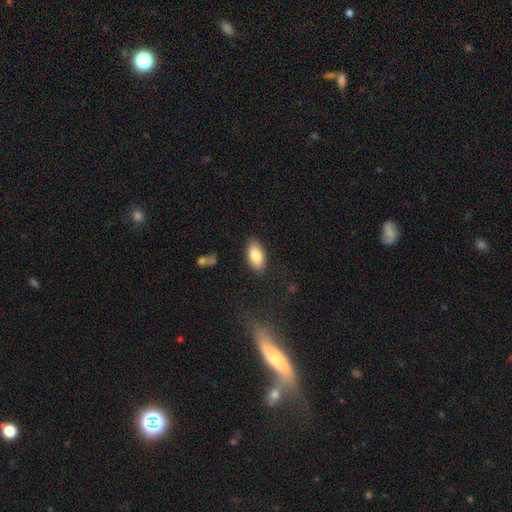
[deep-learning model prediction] Smooth or featured? smooth (84%)
How rounded? in between (93%)
Merging? none (86%)